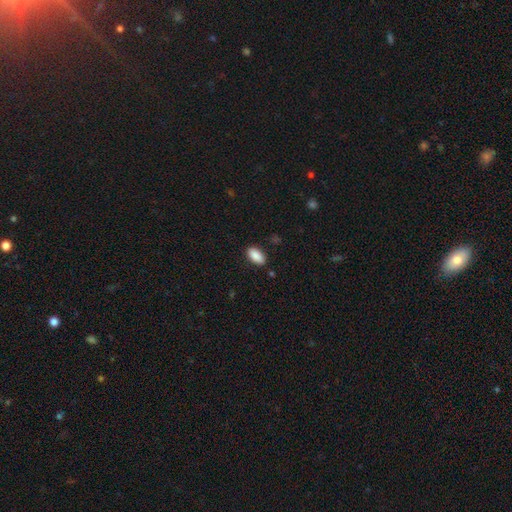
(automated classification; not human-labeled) Morphology: type=smooth (89%); roundness=in between (92%); merging=none (86%).